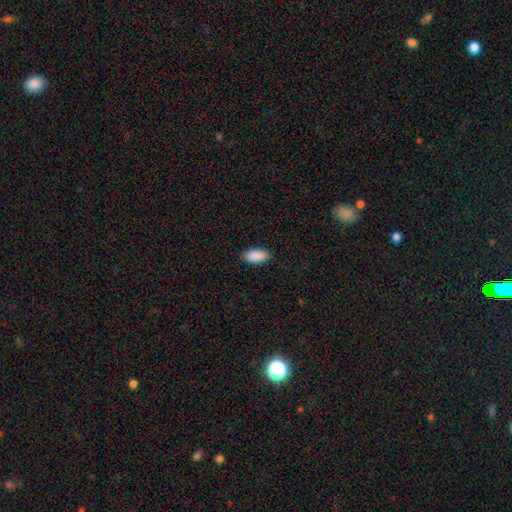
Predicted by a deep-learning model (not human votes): smooth-or-featured: smooth: 91% | star or artifact: 6% | featured or disk: 3%
  how-rounded: in between: 91% | cigar-shaped: 7% | round: 2%
  merging: none: 88% | minor disturbance: 9% | major disturbance: 2% | merger: 1%